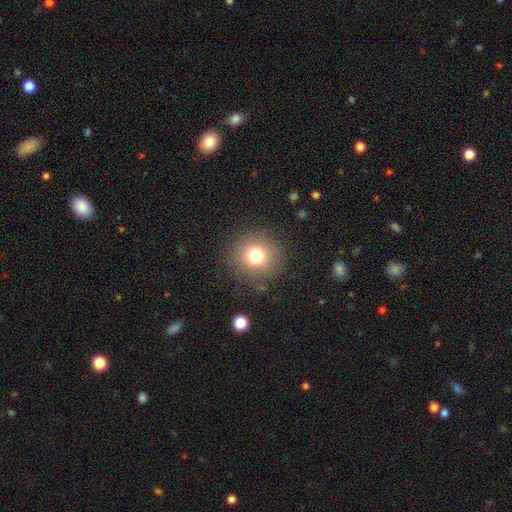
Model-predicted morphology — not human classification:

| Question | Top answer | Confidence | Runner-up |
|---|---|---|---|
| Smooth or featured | smooth | 77% | star or artifact (13%) |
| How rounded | round | 94% | in between (6%) |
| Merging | none | 86% | minor disturbance (8%) |